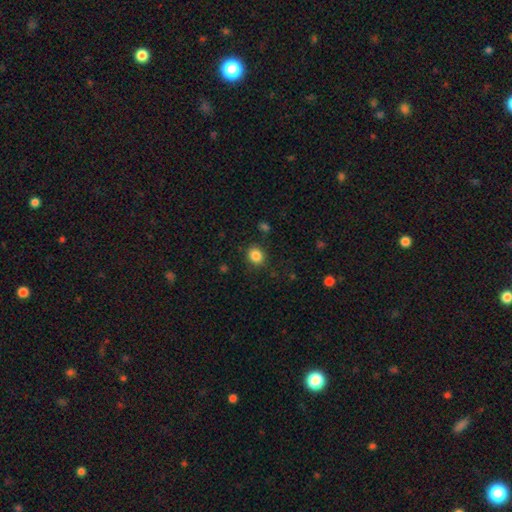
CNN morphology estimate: smooth_or_featured: smooth (p=0.86) [alt: star or artifact p=0.10]
how_rounded: round (p=0.72) [alt: in between p=0.27]
merging: none (p=0.85) [alt: minor disturbance p=0.10]